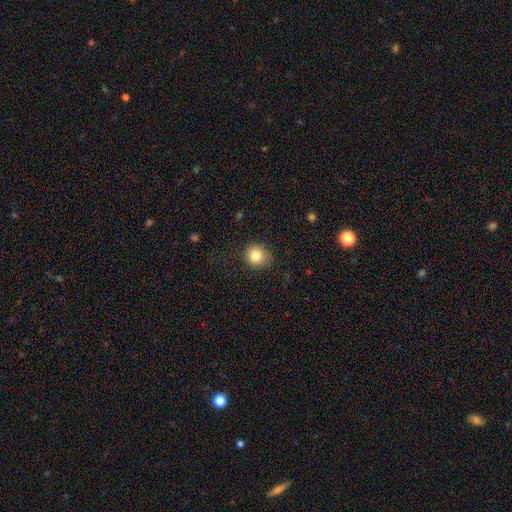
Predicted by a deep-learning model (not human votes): Smooth or featured? smooth (83%)
How rounded? round (80%)
Merging? none (79%)